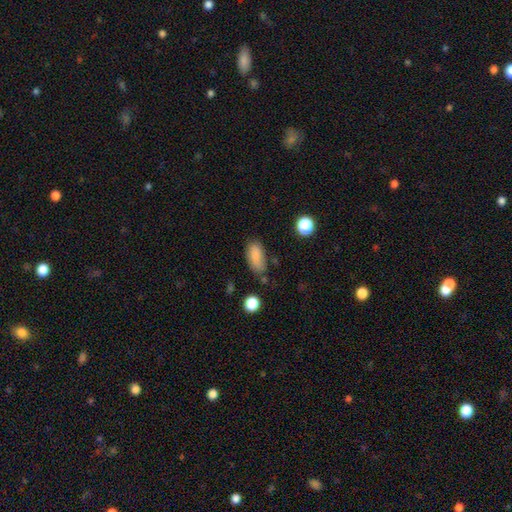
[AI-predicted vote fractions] smooth_or_featured: smooth (p=0.83) [alt: star or artifact p=0.09]
how_rounded: in between (p=0.89) [alt: cigar-shaped p=0.07]
merging: none (p=0.66) [alt: minor disturbance p=0.24]